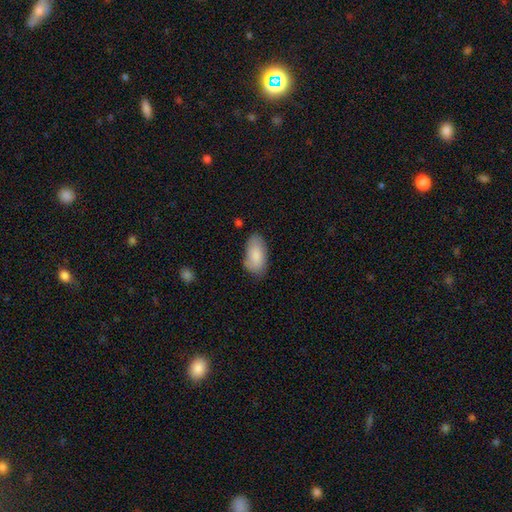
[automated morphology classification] Overall: smooth (85%). How rounded: in between (94%). Merging: none (70%).